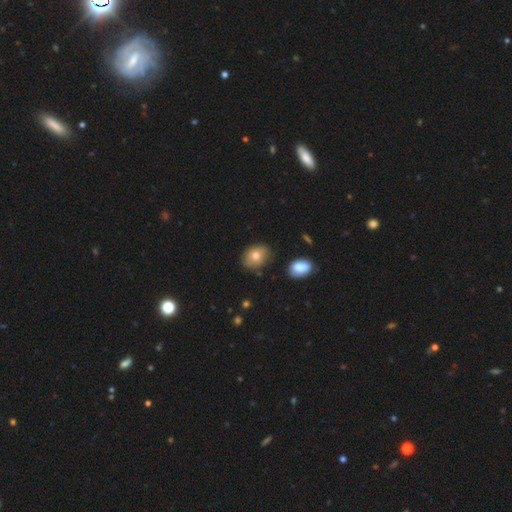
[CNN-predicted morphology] Smooth or featured?
  - smooth: 71% *
  - featured or disk: 19%
  - star or artifact: 10%
How rounded?
  - in between: 62% *
  - round: 37%
  - cigar-shaped: 1%
Merging?
  - none: 76% *
  - minor disturbance: 17%
  - major disturbance: 4%
  - merger: 3%